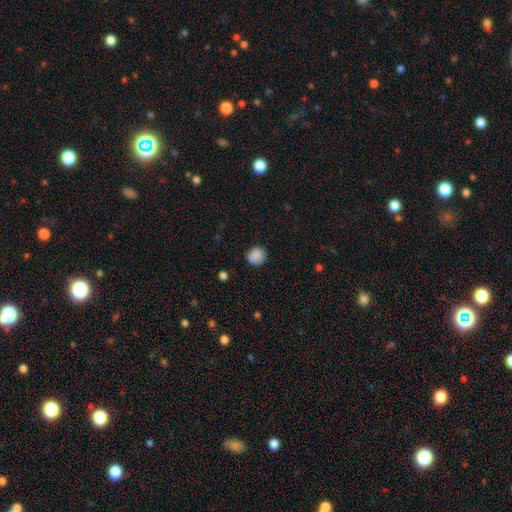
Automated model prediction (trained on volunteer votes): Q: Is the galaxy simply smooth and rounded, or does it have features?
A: smooth — 87%.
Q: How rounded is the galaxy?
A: round — 87%.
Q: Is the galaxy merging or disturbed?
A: none — 81%.